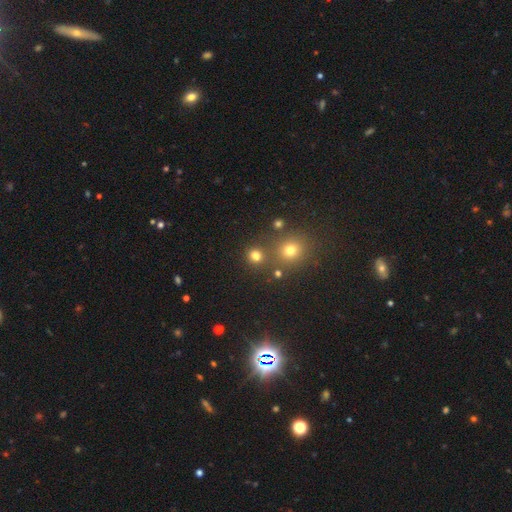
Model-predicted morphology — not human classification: Smooth or featured: smooth — 75% (star or artifact — 19%)
How rounded: round — 88% (in between — 11%)
Merging: none — 76% (merger — 13%)